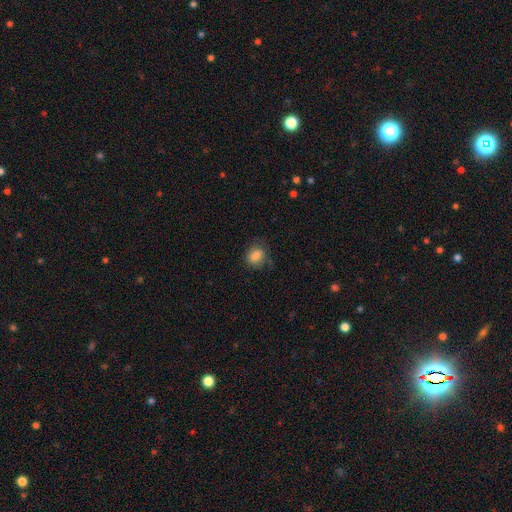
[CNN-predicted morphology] type=smooth (83%); roundness=in between (57%); merging=none (68%).